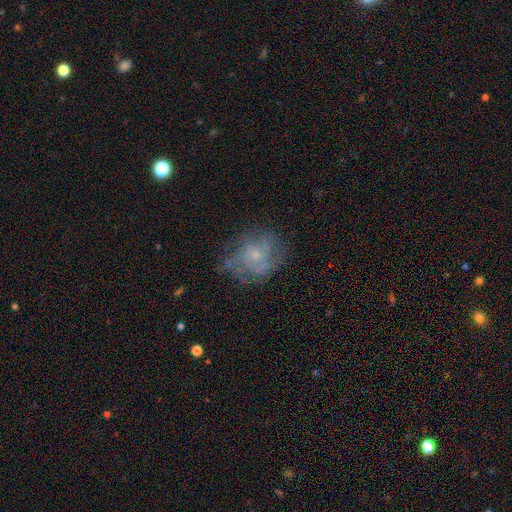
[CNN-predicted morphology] The model was most divided on "merging": none: 61%, minor disturbance: 22%, major disturbance: 15%, merger: 2%. More confident: edge-on disk — no (98%); bar — no (80%); spiral arms — yes (77%); bulge size — small (67%); smooth or featured — featured or disk (66%).